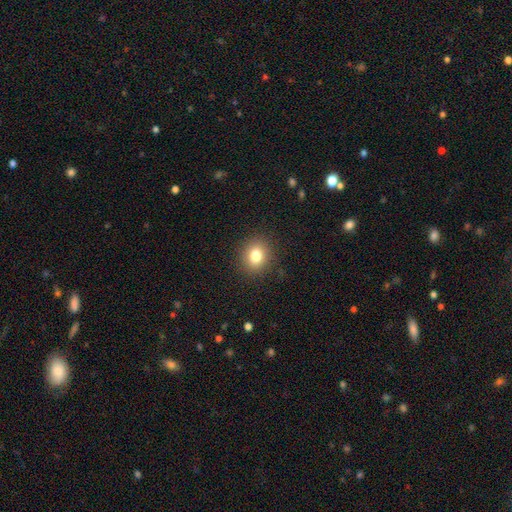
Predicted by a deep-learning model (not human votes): Overall: smooth (80%). How rounded: round (73%). Merging: none (90%).